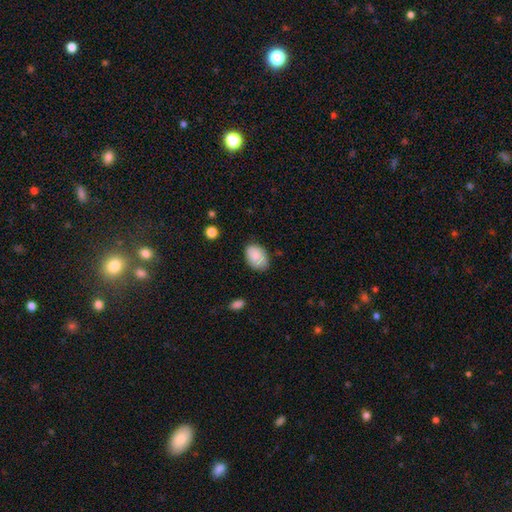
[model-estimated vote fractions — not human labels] The model was most divided on "merging": none: 74%, minor disturbance: 21%, major disturbance: 4%, merger: 2%. More confident: how rounded — in between (88%); smooth or featured — smooth (86%).